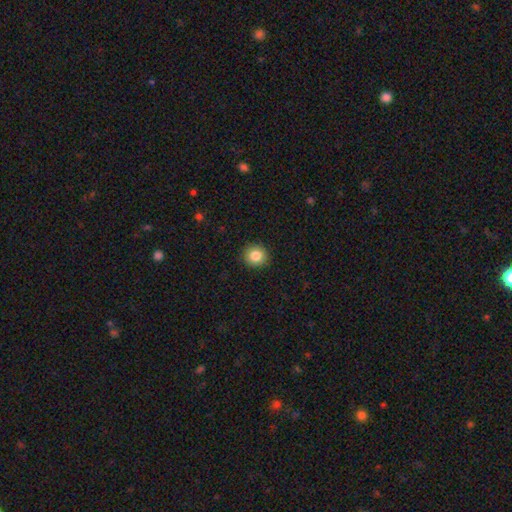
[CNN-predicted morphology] type=smooth (85%); roundness=round (91%); merging=none (92%).